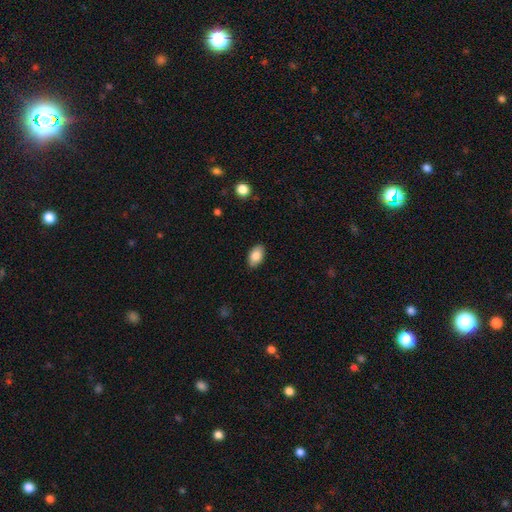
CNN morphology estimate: smooth_or_featured: smooth (p=0.85) [alt: featured or disk p=0.08]
how_rounded: in between (p=0.92) [alt: round p=0.06]
merging: none (p=0.87) [alt: minor disturbance p=0.10]